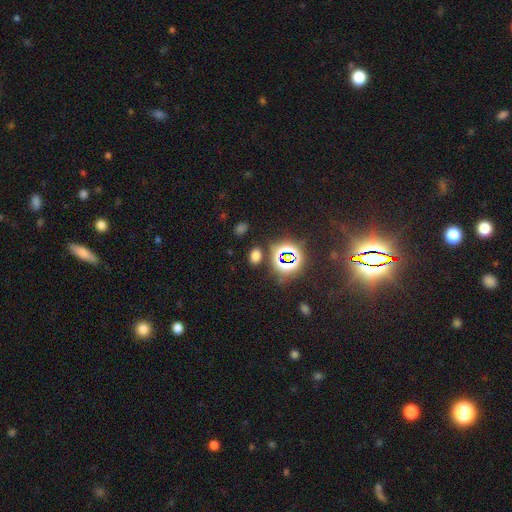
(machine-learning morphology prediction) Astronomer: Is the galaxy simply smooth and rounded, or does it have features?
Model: smooth — 61%.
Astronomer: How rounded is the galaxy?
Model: in between — 74%.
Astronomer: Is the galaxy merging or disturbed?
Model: none — 82%.